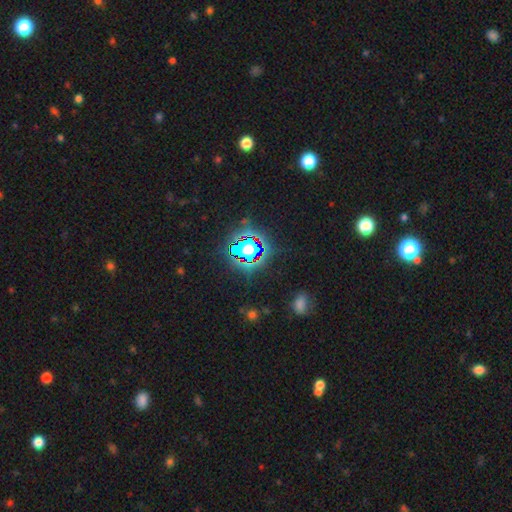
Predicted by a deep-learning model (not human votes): A star or artifact, not a galaxy (80%).